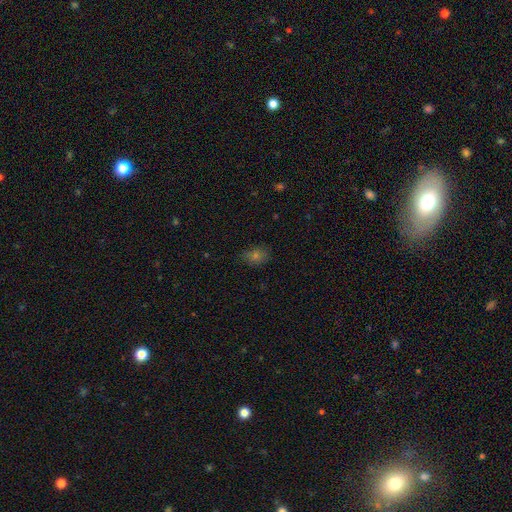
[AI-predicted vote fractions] Smooth or featured: smooth — 64% (star or artifact — 22%)
How rounded: in between — 55% (round — 43%)
Merging: none — 76% (minor disturbance — 18%)